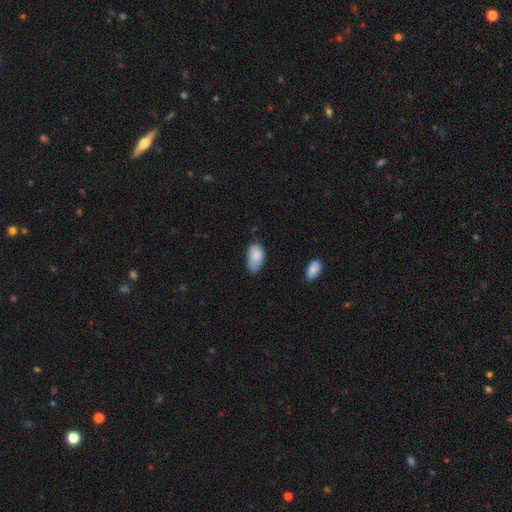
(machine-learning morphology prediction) This is clearly a smooth galaxy (85%). How rounded: clearly in between (94%). Merging: possibly none (48%).